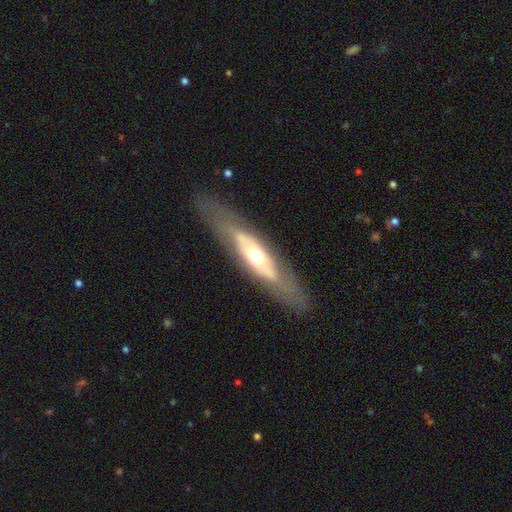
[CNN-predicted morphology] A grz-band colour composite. It shows a featured or disk galaxy (63%). Merging: none (75%).